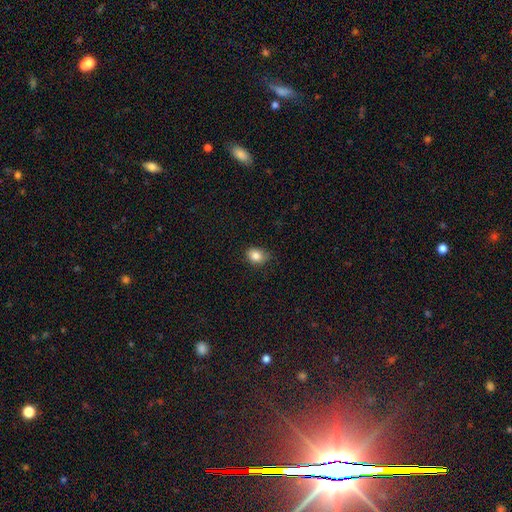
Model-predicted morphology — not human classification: smooth-or-featured: smooth: 84% | star or artifact: 10% | featured or disk: 6%
  how-rounded: in between: 55% | round: 44% | cigar-shaped: 1%
  merging: none: 75% | minor disturbance: 21% | major disturbance: 3% | merger: 1%